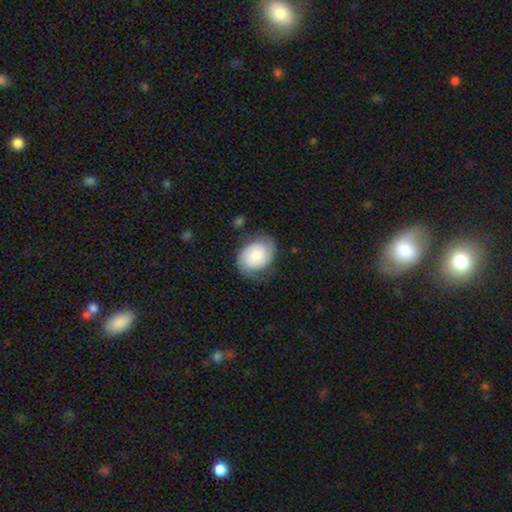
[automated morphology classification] smooth-or-featured: featured or disk: 49% | smooth: 43% | star or artifact: 8%
  merging: none: 62% | minor disturbance: 25% | major disturbance: 11% | merger: 2%